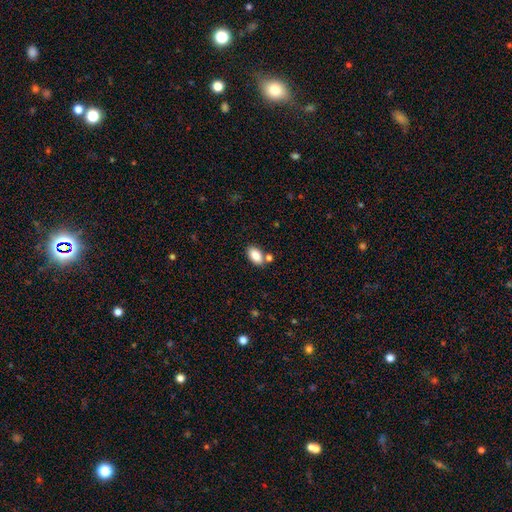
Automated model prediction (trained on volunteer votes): Morphology: type=smooth (87%); roundness=in between (93%); merging=none (71%).